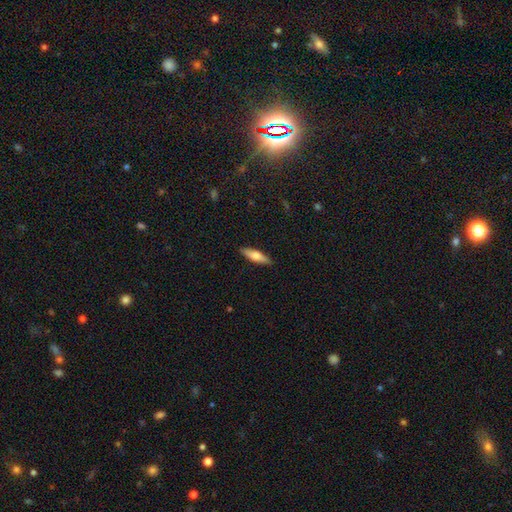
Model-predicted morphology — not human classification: Smooth or featured: smooth — 60% (featured or disk — 34%)
How rounded: cigar-shaped — 66% (in between — 32%)
Merging: none — 89% (minor disturbance — 8%)